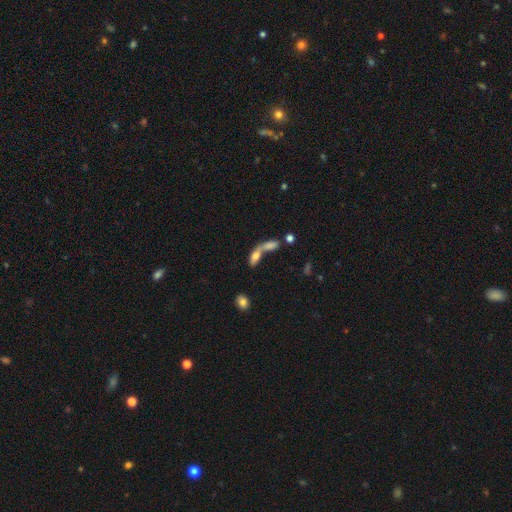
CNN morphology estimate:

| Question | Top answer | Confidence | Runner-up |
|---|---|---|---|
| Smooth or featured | smooth | 68% | featured or disk (21%) |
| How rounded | in between | 70% | cigar-shaped (22%) |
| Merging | merger | 70% | none (16%) |